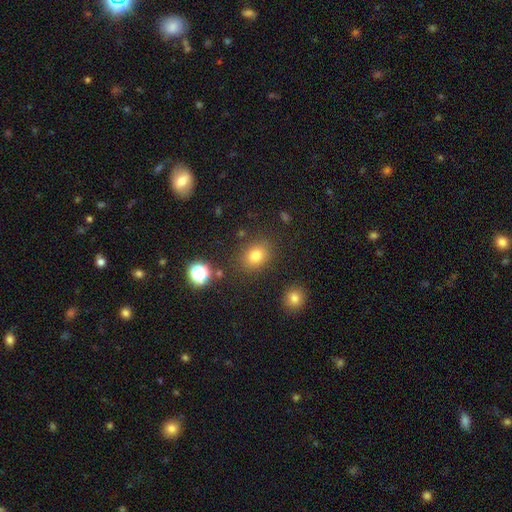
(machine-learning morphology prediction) Overall: smooth (78%). How rounded: round (54%; in between 45%). Merging: none (82%).